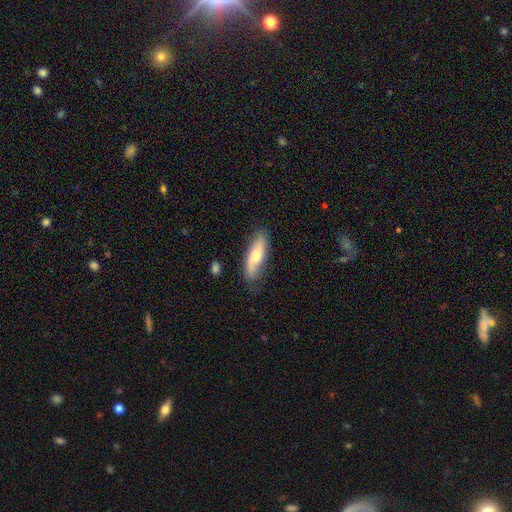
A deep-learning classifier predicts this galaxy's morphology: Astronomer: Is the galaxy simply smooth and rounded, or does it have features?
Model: smooth — 56% (runner-up: featured or disk, 38%).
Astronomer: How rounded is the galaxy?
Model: cigar-shaped — 51% (runner-up: in between, 47%).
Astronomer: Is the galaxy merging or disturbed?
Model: none — 77%.